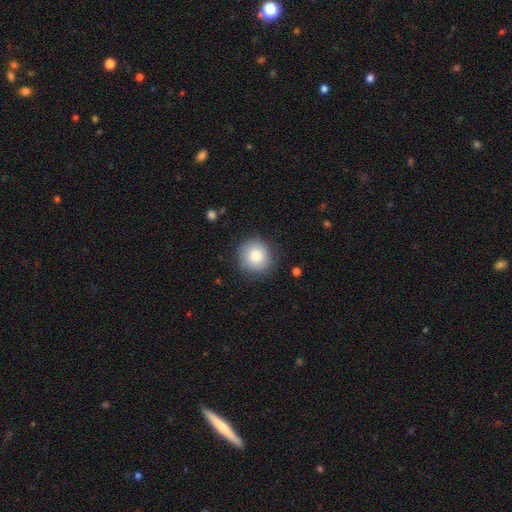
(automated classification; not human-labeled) Smooth or featured? smooth (81%)
How rounded? round (91%)
Merging? none (83%)